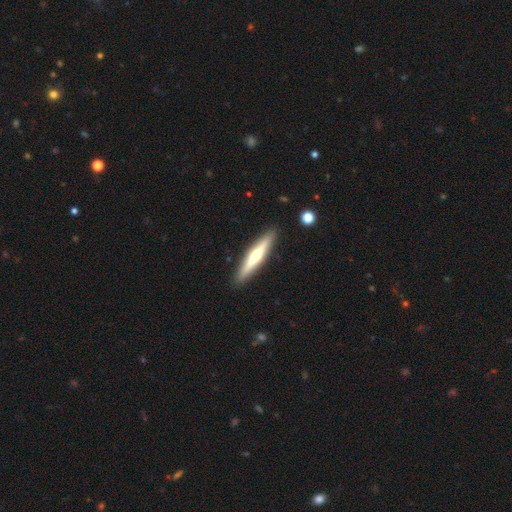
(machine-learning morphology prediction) Q: Smooth or featured?
A: featured or disk (54%); runner-up: smooth (41%)
Q: Edge-on disk?
A: yes (94%); runner-up: no (6%)
Q: Edge-on bulge?
A: rounded (86%); runner-up: none (10%)
Q: Merging?
A: none (91%); runner-up: minor disturbance (7%)